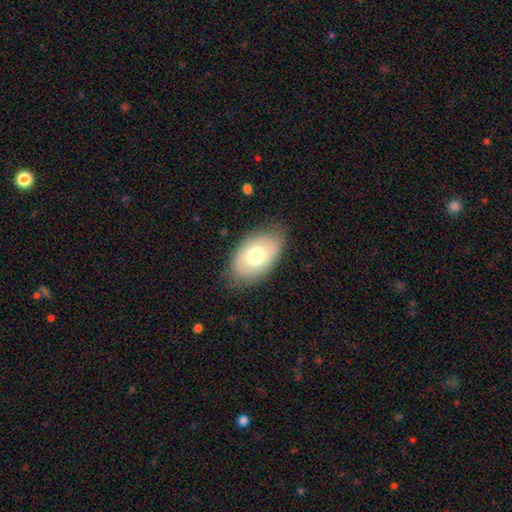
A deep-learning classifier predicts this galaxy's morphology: Smooth or featured? Predicted: smooth (p=0.68). How rounded? Predicted: in between (p=0.93). Merging? Predicted: none (p=0.78).